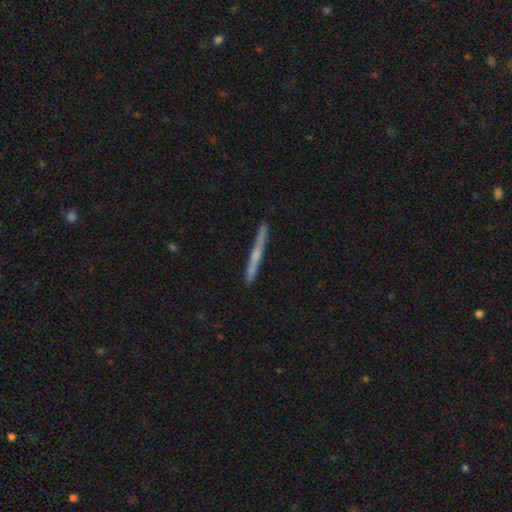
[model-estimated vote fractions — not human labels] Overall: featured or disk (57%; smooth 36%). Edge-on disk: yes (97%). Edge-on bulge: none (56%; rounded 37%). Merging: none (89%).